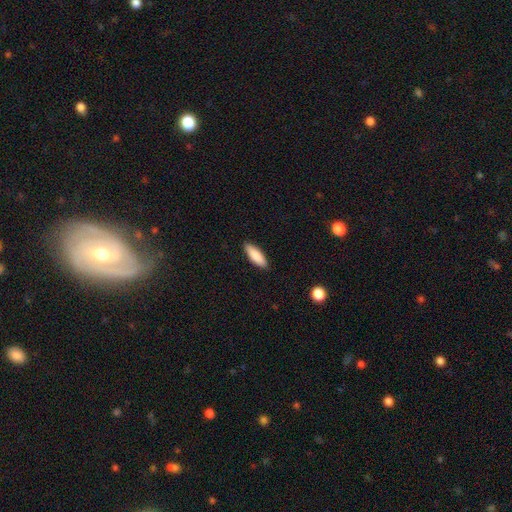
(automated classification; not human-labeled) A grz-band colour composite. It shows a smooth galaxy with no disk features (87%) that is in between round and cigar-shaped (57%). Merging: none (89%).